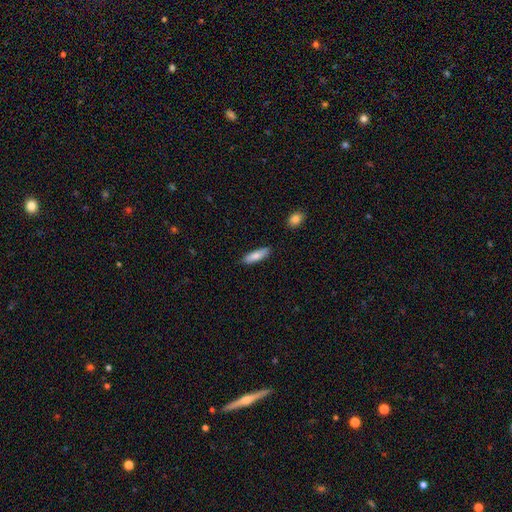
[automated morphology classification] This appears to be a smooth galaxy with no disk features (80%) that is cigar-shaped (60%). Merging: none (87%).